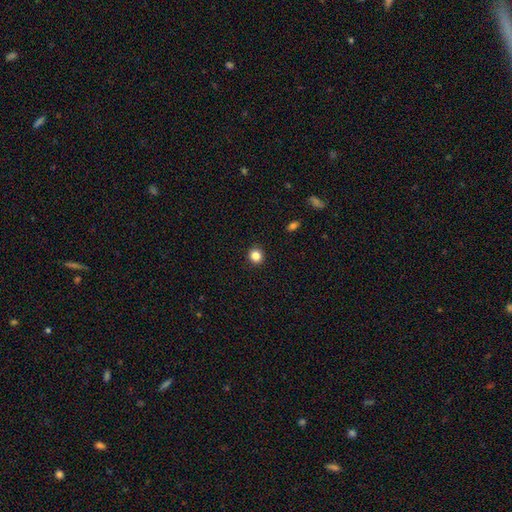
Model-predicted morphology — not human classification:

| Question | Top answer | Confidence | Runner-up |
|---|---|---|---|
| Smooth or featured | smooth | 84% | star or artifact (11%) |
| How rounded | round | 89% | in between (10%) |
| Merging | none | 92% | minor disturbance (5%) |